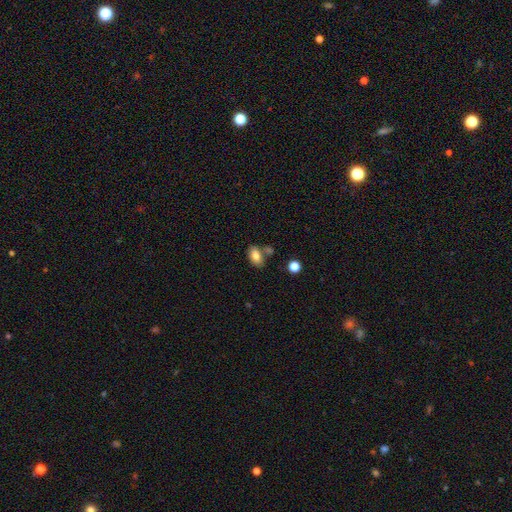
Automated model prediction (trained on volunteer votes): Overall: smooth (81%). How rounded: in between (88%). Merging: none (66%).